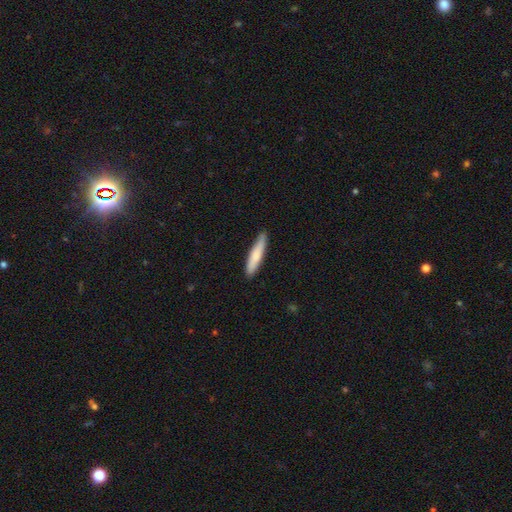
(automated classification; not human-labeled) The model was most divided on "smooth or featured": smooth: 74%, featured or disk: 21%, star or artifact: 5%. More confident: how rounded — cigar-shaped (89%); merging — none (86%).